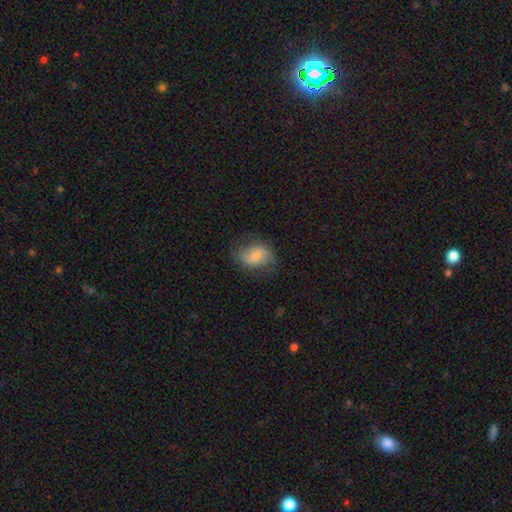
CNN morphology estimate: The model was most divided on "smooth or featured": smooth: 56%, featured or disk: 37%, star or artifact: 8%. More confident: merging — none (69%); how rounded — in between (65%).